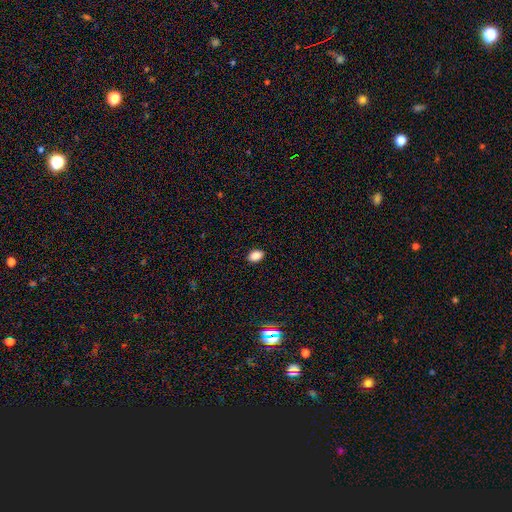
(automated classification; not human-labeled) Smooth or featured? Predicted: smooth (p=0.87). How rounded? Predicted: in between (p=0.85). Merging? Predicted: none (p=0.89).